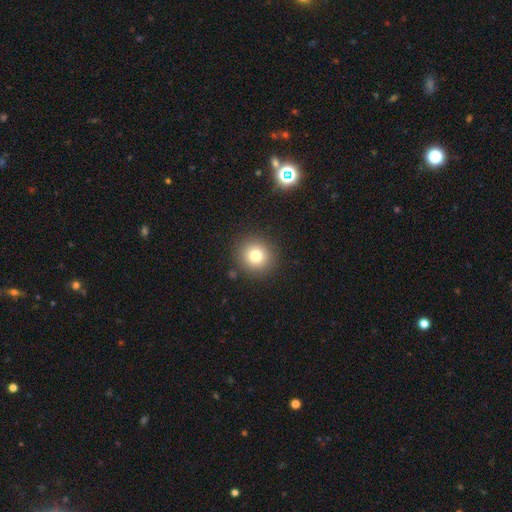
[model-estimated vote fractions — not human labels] Smooth or featured?
  - smooth: 78% *
  - star or artifact: 13%
  - featured or disk: 10%
How rounded?
  - round: 91% *
  - in between: 8%
  - cigar-shaped: 1%
Merging?
  - none: 89% *
  - minor disturbance: 7%
  - major disturbance: 3%
  - merger: 2%